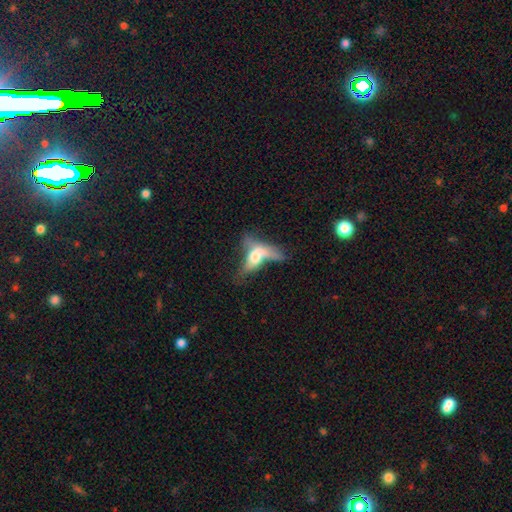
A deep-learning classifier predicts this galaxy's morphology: This is possibly a smooth galaxy (47%). Merging: marginally merger (36%).